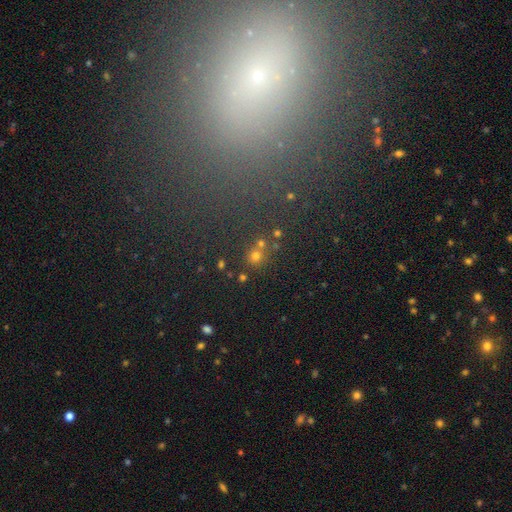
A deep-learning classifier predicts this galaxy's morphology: This appears to be a smooth galaxy with no disk features (66%) that is round (90%). Merging: none (67%).